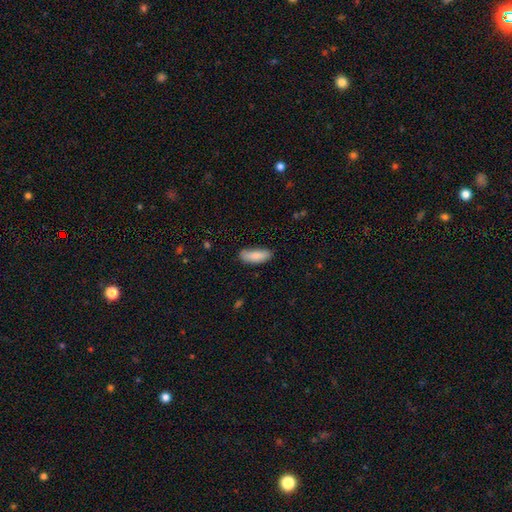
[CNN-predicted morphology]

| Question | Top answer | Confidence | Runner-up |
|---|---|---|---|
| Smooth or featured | smooth | 85% | featured or disk (9%) |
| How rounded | in between | 68% | cigar-shaped (30%) |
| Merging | none | 76% | minor disturbance (19%) |